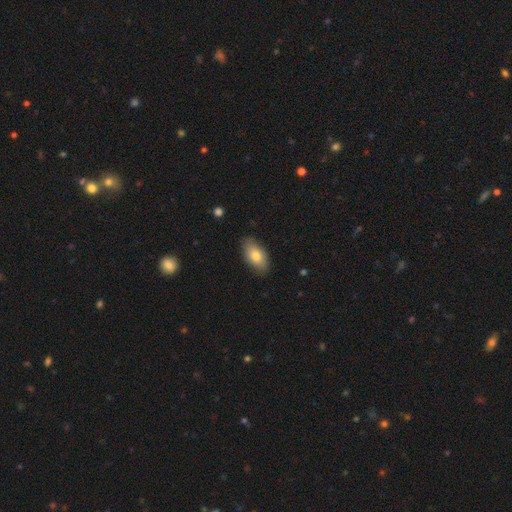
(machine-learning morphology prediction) The model was most divided on "smooth or featured": smooth: 79%, featured or disk: 14%, star or artifact: 7%. More confident: how rounded — in between (92%); merging — none (84%).